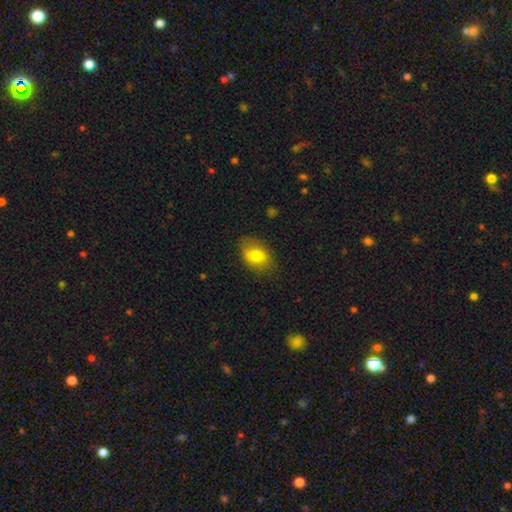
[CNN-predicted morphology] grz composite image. It shows a smooth galaxy with no disk features (72%) that is in between round and cigar-shaped (84%). Merging: none (76%).